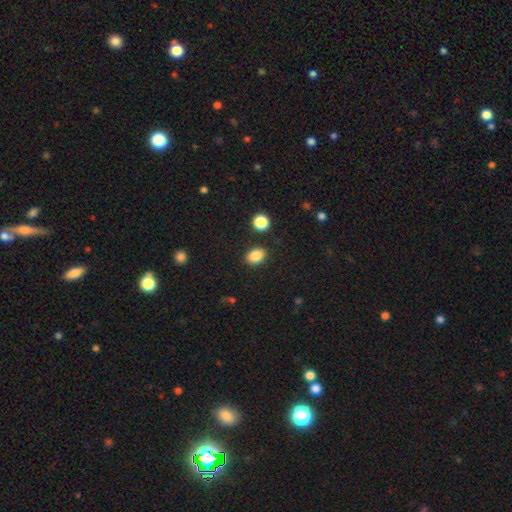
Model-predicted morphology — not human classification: Q: Smooth or featured?
A: smooth (85%); runner-up: star or artifact (10%)
Q: How rounded?
A: in between (70%); runner-up: round (29%)
Q: Merging?
A: none (87%); runner-up: minor disturbance (8%)